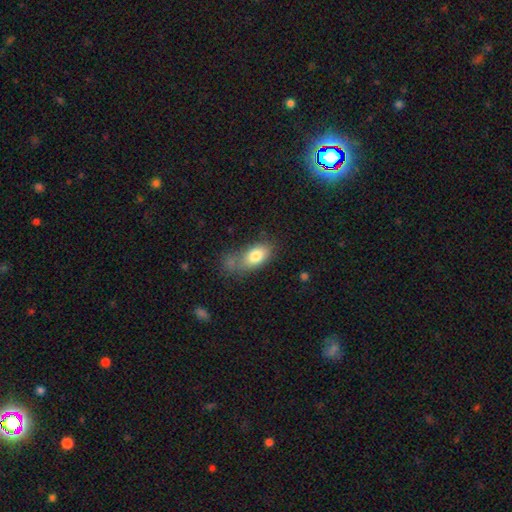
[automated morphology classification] Smooth or featured: smooth — 80% (featured or disk — 13%)
How rounded: in between — 89% (round — 6%)
Merging: none — 47% (minor disturbance — 26%)